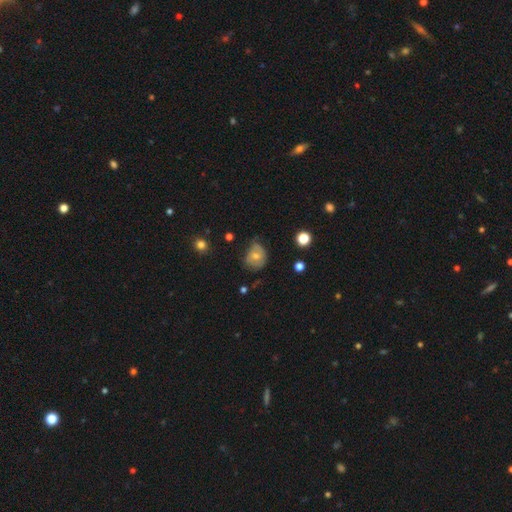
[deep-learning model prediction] The model was most divided on "merging": none: 43%, minor disturbance: 40%, major disturbance: 15%, merger: 2%. More confident: how rounded — round (62%); smooth or featured — smooth (55%).